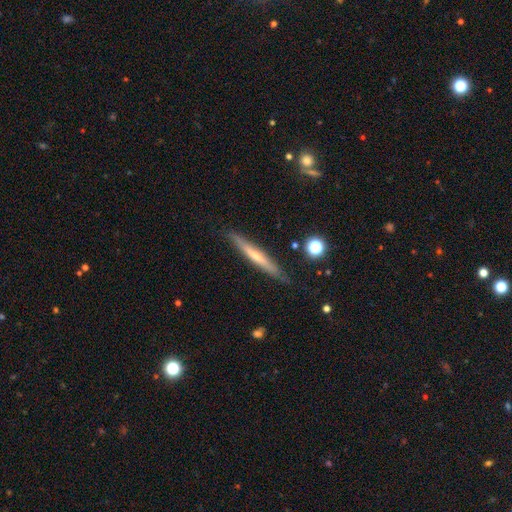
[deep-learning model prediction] Q: Smooth or featured?
A: featured or disk (57%); runner-up: smooth (36%)
Q: Edge-on disk?
A: yes (95%); runner-up: no (5%)
Q: Edge-on bulge?
A: rounded (56%); runner-up: none (40%)
Q: Merging?
A: none (87%); runner-up: minor disturbance (10%)